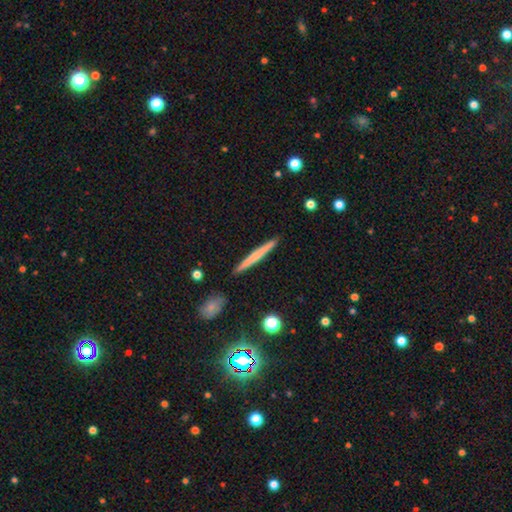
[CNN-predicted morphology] Q: Smooth or featured?
A: smooth (54%); runner-up: featured or disk (39%)
Q: How rounded?
A: cigar-shaped (96%); runner-up: in between (2%)
Q: Merging?
A: none (92%); runner-up: minor disturbance (6%)